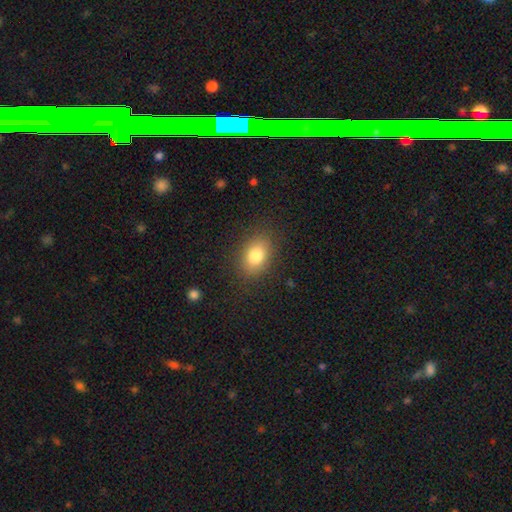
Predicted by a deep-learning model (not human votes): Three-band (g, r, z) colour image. It shows a smooth galaxy with no disk features (81%) that is in between round and cigar-shaped (73%). Merging: none (86%).